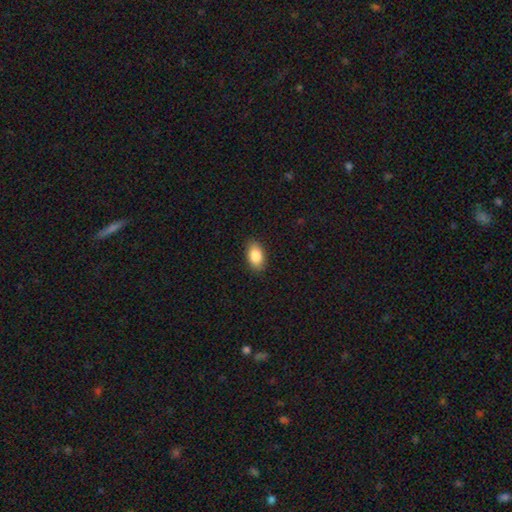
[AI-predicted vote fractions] Smooth or featured? Predicted: smooth (p=0.86). How rounded? Predicted: in between (p=0.91). Merging? Predicted: none (p=0.88).